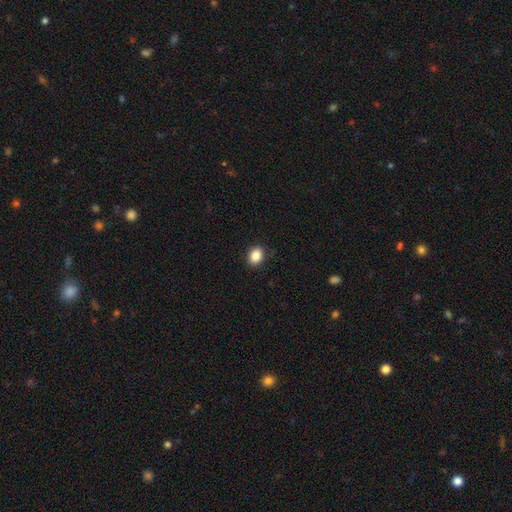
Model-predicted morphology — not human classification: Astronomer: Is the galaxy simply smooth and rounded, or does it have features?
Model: smooth — 87%.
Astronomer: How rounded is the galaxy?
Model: in between — 59% (runner-up: round, 40%).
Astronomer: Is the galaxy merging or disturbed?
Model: none — 88%.